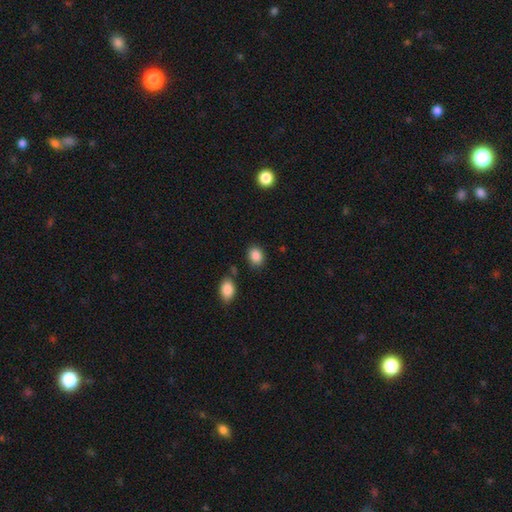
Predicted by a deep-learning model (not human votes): This is clearly a smooth galaxy (88%). How rounded: likely in between (63%). Merging: clearly none (80%).